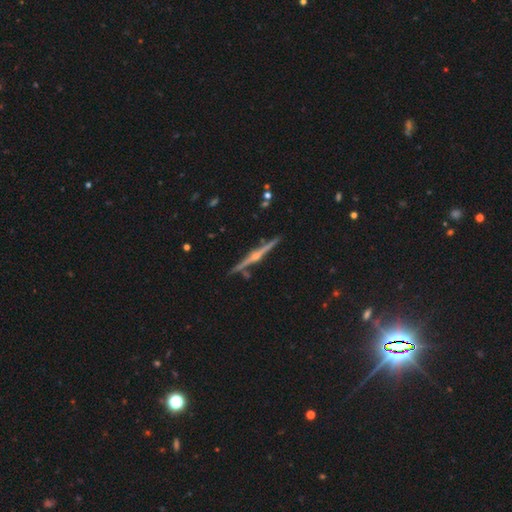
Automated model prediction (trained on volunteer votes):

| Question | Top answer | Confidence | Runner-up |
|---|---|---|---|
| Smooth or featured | featured or disk | 87% | smooth (8%) |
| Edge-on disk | yes | 98% | no (2%) |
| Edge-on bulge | rounded | 91% | none (5%) |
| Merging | none | 89% | minor disturbance (7%) |